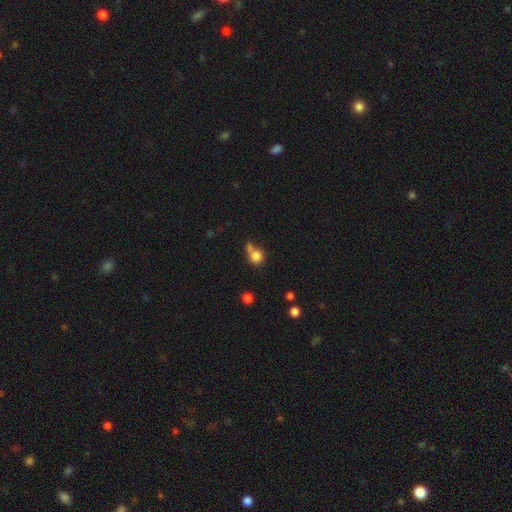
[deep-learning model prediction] Overall: smooth (81%). How rounded: round (85%). Merging: none (45%; merger 34%).